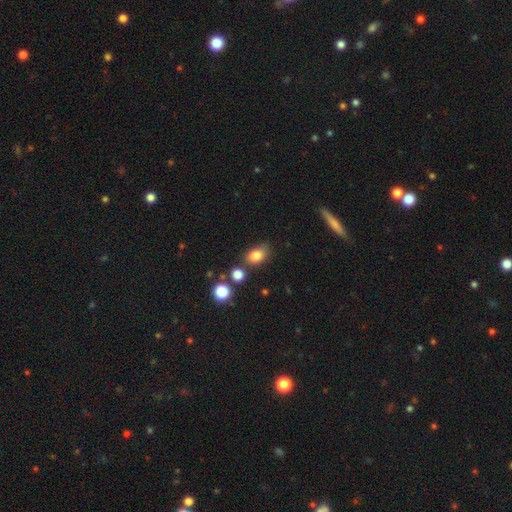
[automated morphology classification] This appears to be a smooth galaxy with no disk features (82%) that is in between round and cigar-shaped (77%). Merging: none (62%).